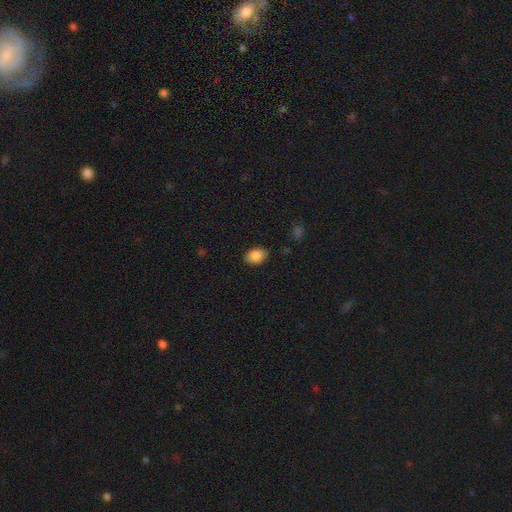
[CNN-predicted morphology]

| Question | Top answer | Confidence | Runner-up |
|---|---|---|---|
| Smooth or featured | smooth | 85% | star or artifact (8%) |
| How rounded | in between | 83% | round (16%) |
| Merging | none | 86% | minor disturbance (10%) |